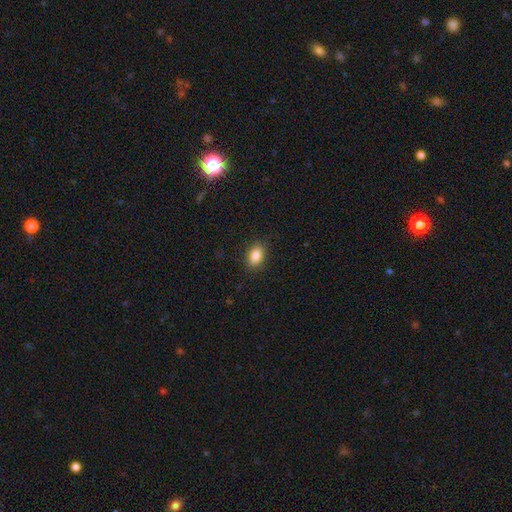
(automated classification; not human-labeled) A smooth galaxy with no disk features (86%) that is in between round and cigar-shaped (81%). Merging: none (87%).